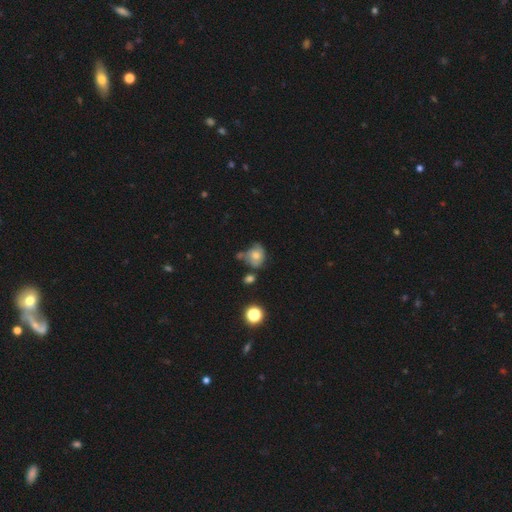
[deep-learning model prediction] This is likely a smooth galaxy (61%). How rounded: possibly round (54%). Merging: marginally none (39%).